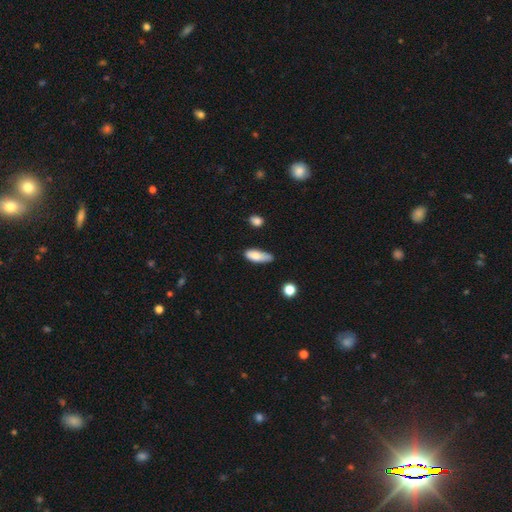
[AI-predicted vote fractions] Smooth or featured?
  - smooth: 80% *
  - featured or disk: 13%
  - star or artifact: 7%
How rounded?
  - in between: 68% *
  - cigar-shaped: 29%
  - round: 3%
Merging?
  - none: 50% *
  - minor disturbance: 38%
  - major disturbance: 9%
  - merger: 4%